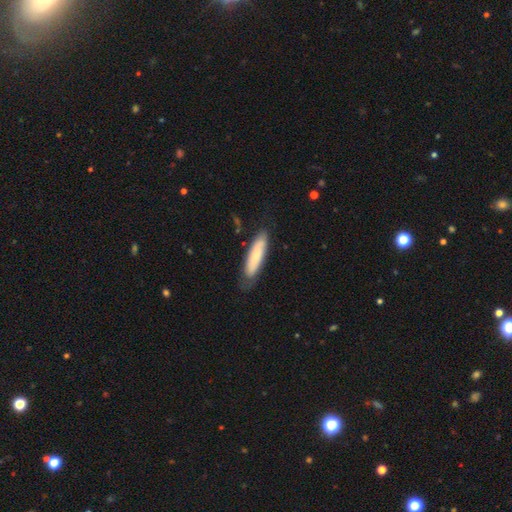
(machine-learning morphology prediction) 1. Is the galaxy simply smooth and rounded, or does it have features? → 71% smooth, 23% featured or disk, 6% star or artifact.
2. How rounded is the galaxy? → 68% cigar-shaped, 30% in between, 1% round.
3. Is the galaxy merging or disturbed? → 73% none, 20% minor disturbance, 5% major disturbance, 2% merger.